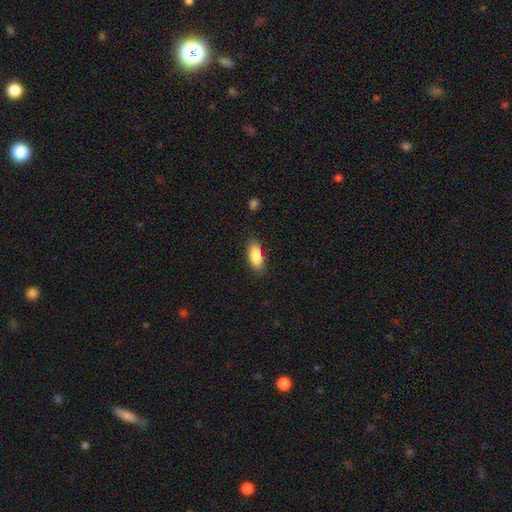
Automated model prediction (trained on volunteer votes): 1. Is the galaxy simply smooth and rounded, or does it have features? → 84% smooth, 9% featured or disk, 7% star or artifact.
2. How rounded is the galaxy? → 87% in between, 11% cigar-shaped, 3% round.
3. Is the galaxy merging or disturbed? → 84% none, 12% minor disturbance, 3% major disturbance, 1% merger.